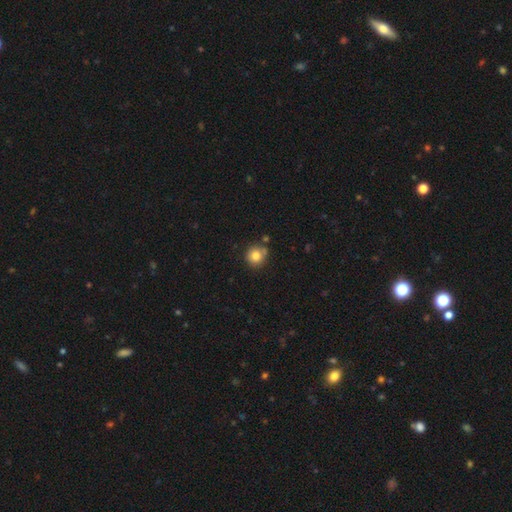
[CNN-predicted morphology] Overall: smooth (81%). How rounded: round (91%). Merging: none (73%).